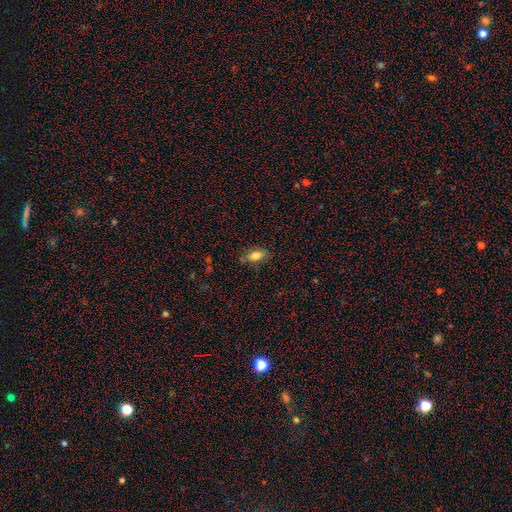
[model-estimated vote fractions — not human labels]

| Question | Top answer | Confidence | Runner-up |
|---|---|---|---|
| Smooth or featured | smooth | 79% | featured or disk (12%) |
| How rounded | in between | 87% | cigar-shaped (7%) |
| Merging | none | 77% | minor disturbance (16%) |